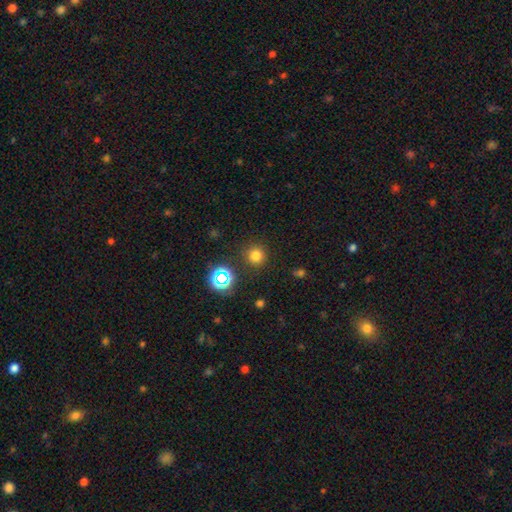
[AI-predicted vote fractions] smooth_or_featured: smooth (p=0.74) [alt: star or artifact p=0.21]
how_rounded: round (p=0.95) [alt: in between p=0.04]
merging: none (p=0.88) [alt: minor disturbance p=0.07]